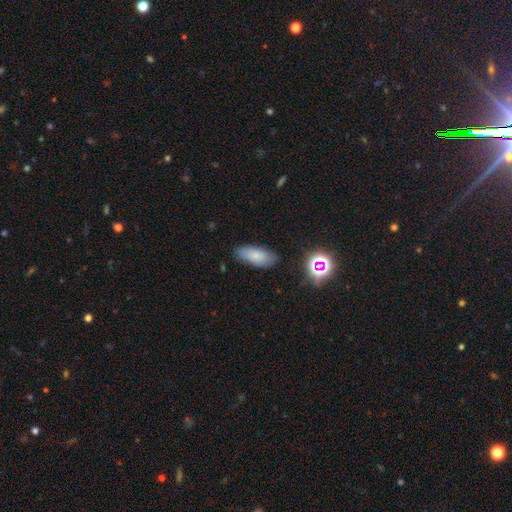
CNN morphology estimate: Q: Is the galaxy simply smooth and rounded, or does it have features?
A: smooth — 76%.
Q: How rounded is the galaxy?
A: in between — 82%.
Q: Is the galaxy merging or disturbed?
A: none — 79%.